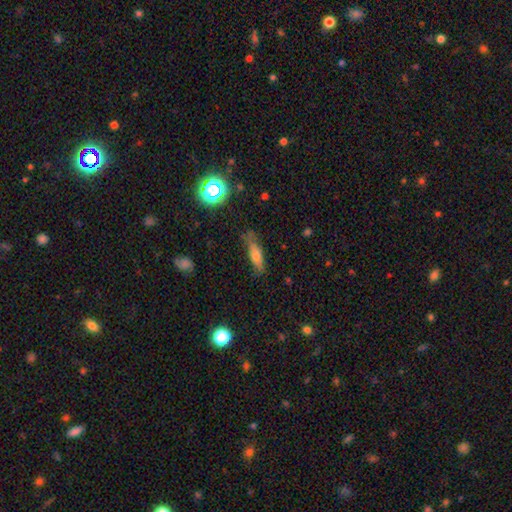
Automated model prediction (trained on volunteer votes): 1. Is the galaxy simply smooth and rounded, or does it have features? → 63% smooth, 25% featured or disk, 12% star or artifact.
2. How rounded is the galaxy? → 59% cigar-shaped, 37% in between, 4% round.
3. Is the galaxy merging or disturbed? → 66% none, 24% minor disturbance, 7% major disturbance, 3% merger.